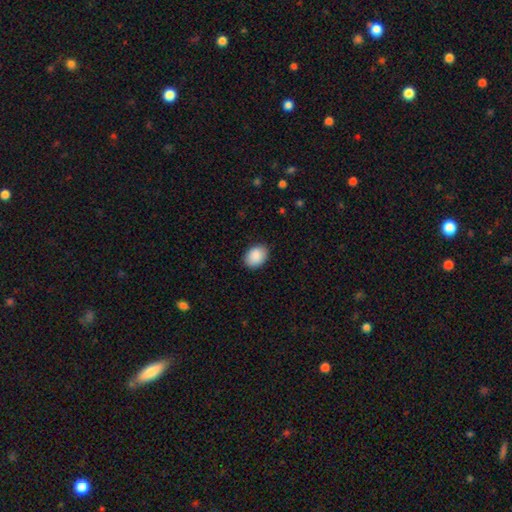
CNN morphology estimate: Smooth or featured: smooth — 90% (star or artifact — 7%)
How rounded: in between — 74% (round — 25%)
Merging: none — 87% (minor disturbance — 10%)